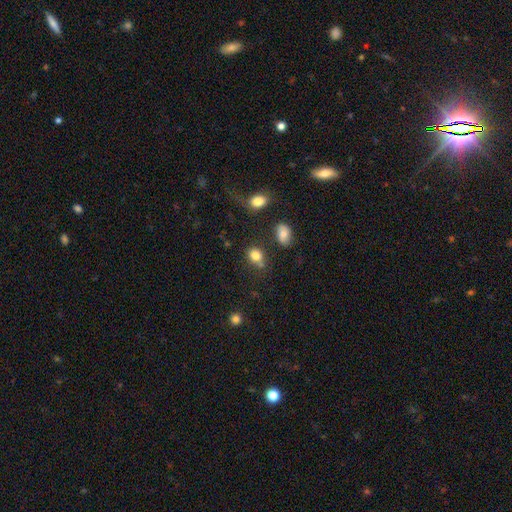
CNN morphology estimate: Q: Smooth or featured?
A: smooth (81%); runner-up: star or artifact (11%)
Q: How rounded?
A: in between (54%); runner-up: round (45%)
Q: Merging?
A: none (59%); runner-up: minor disturbance (20%)